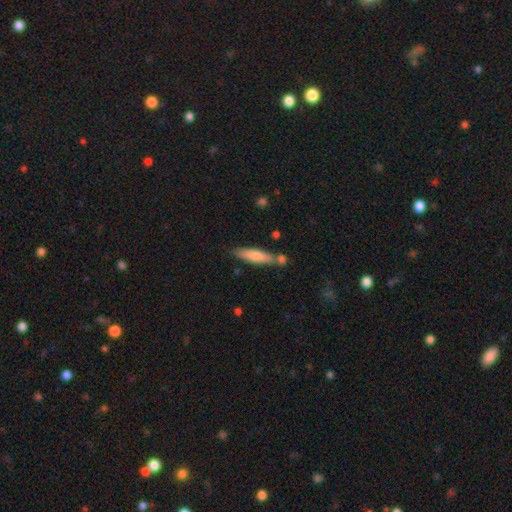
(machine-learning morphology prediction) Smooth or featured? Predicted: smooth (p=0.72). How rounded? Predicted: cigar-shaped (p=0.80). Merging? Predicted: none (p=0.69).